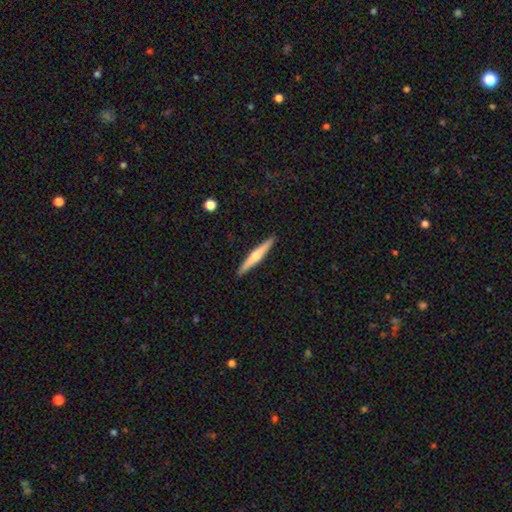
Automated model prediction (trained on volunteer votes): Overall: featured or disk (54%; smooth 41%). Edge-on disk: yes (97%). Edge-on bulge: rounded (81%). Merging: none (92%).